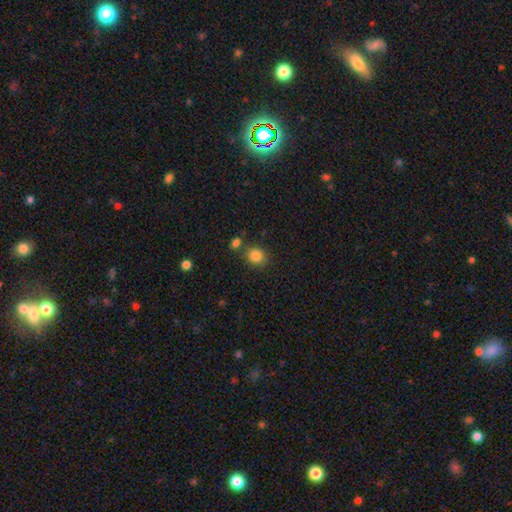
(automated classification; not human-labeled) Smooth or featured? Predicted: smooth (p=0.85). How rounded? Predicted: round (p=0.76). Merging? Predicted: none (p=0.75).